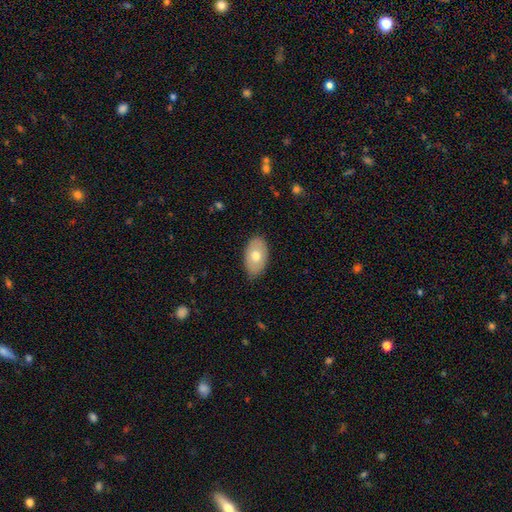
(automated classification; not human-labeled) A smooth galaxy with no disk features (69%) that is in between round and cigar-shaped (91%). Merging: none (80%).